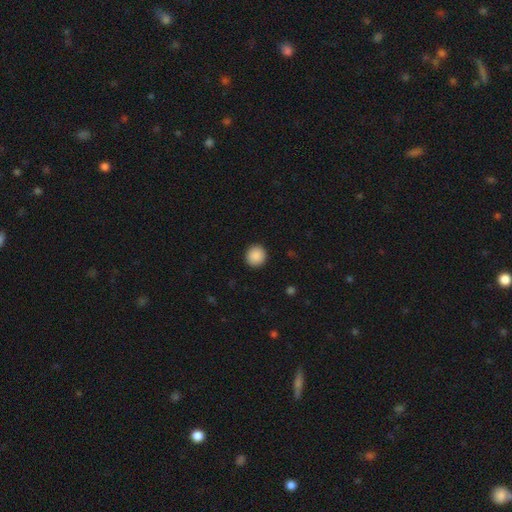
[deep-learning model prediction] Overall: smooth (90%). How rounded: round (92%). Merging: none (92%).